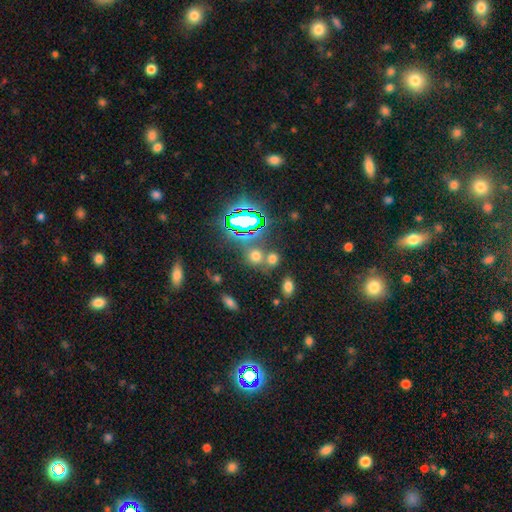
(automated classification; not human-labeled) smooth-or-featured: smooth: 53% | star or artifact: 38% | featured or disk: 8%
  how-rounded: round: 75% | in between: 23% | cigar-shaped: 2%
  merging: none: 62% | merger: 24% | minor disturbance: 9% | major disturbance: 5%